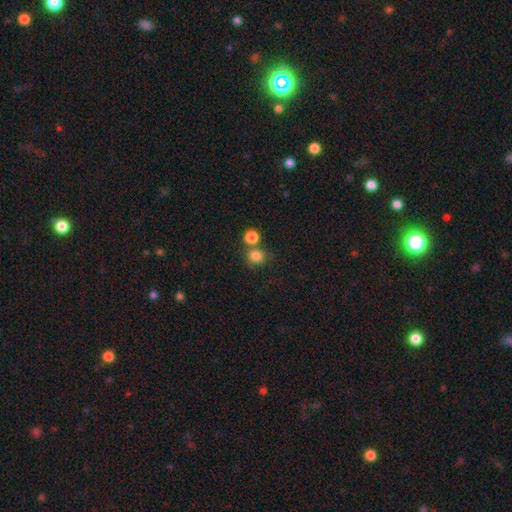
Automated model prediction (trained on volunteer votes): smooth_or_featured: smooth (p=0.82) [alt: star or artifact p=0.12]
how_rounded: round (p=0.86) [alt: in between p=0.13]
merging: none (p=0.62) [alt: merger p=0.27]